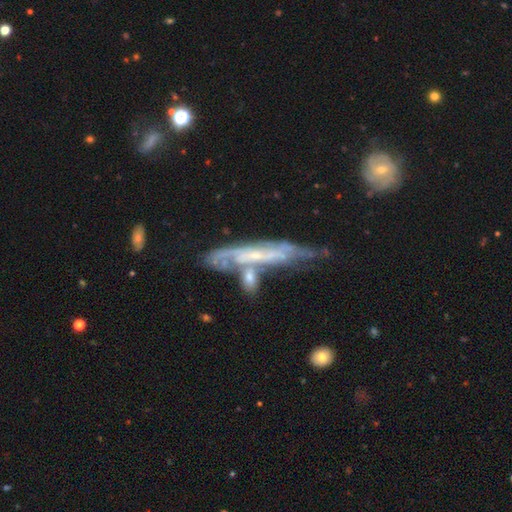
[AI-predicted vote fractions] Smooth or featured: featured or disk — 75% (smooth — 18%)
Edge-on disk: yes — 53% (no — 47%)
Merging: none — 42% (merger — 26%)